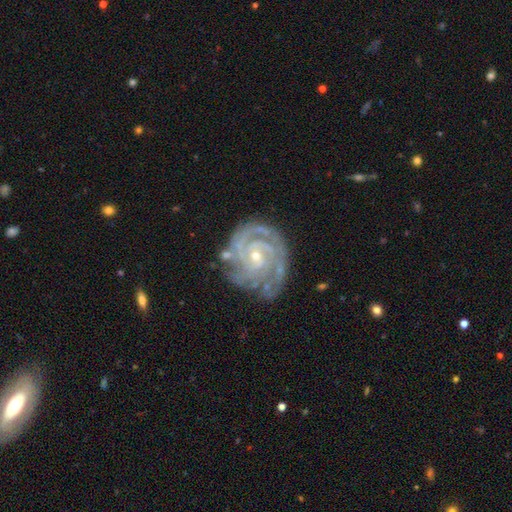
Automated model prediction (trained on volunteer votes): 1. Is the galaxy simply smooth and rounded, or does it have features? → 91% featured or disk, 5% star or artifact, 4% smooth.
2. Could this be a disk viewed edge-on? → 98% no, 2% yes.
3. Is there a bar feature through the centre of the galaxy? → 62% no, 29% weak, 9% strong.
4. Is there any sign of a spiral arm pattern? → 98% yes, 2% no.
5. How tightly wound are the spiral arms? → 77% tight, 21% medium, 3% loose.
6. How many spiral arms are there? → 33% 3, 24% 2, 16% 4, 15% can't tell, 6% more than 4, 6% 1.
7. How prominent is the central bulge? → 74% small, 23% moderate, 1% none, 1% large, 1% dominant.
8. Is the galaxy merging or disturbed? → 72% none, 19% minor disturbance, 6% major disturbance, 3% merger.